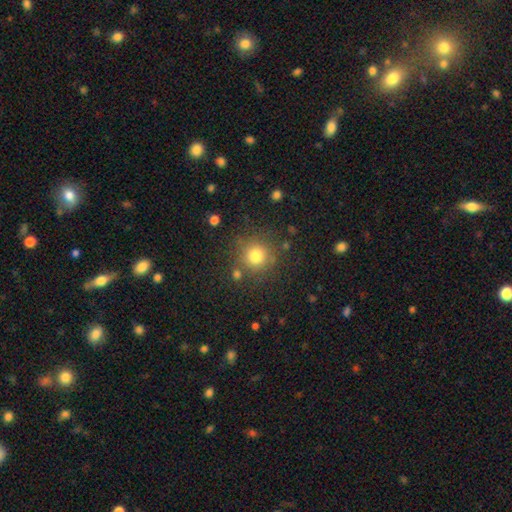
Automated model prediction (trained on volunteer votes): This appears to be a smooth galaxy with no disk features (79%) that is round (93%). Merging: none (81%).